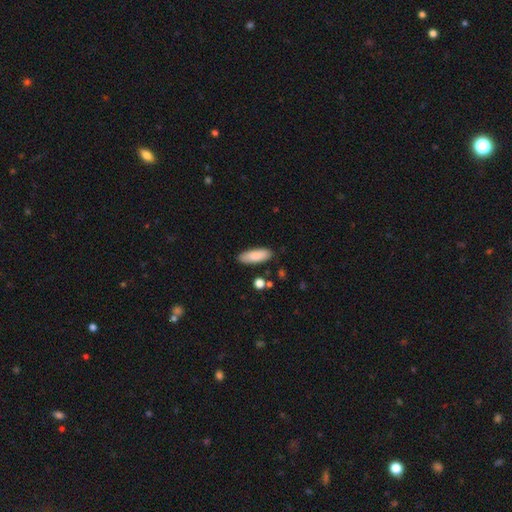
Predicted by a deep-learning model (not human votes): The model was most divided on "how rounded": in between: 65%, cigar-shaped: 34%, round: 2%. More confident: smooth or featured — smooth (87%); merging — none (85%).